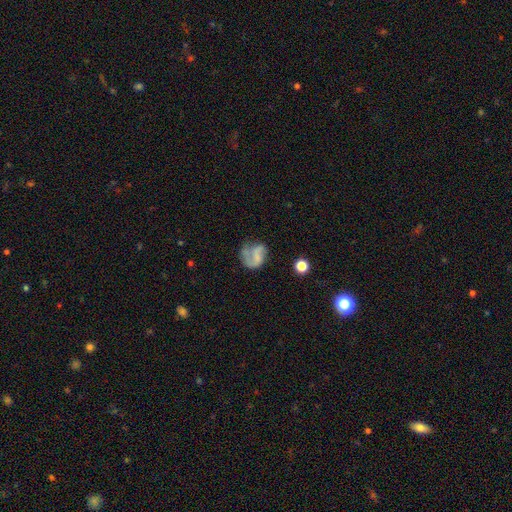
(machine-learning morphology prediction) Overall: featured or disk (47%; smooth 42%). Merging: none (39%; major disturbance 32%).